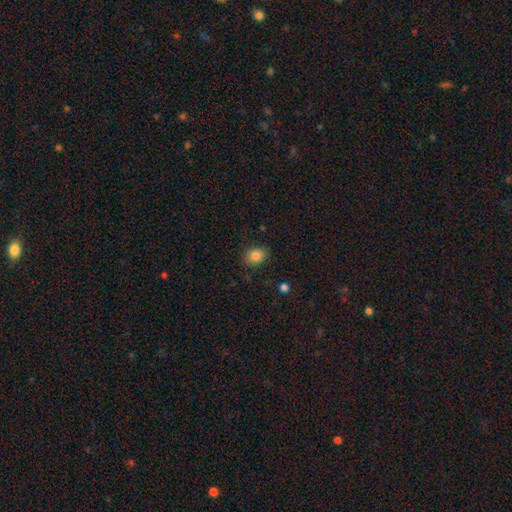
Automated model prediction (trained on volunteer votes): Smooth or featured? smooth (84%)
How rounded? round (52%)
Merging? none (84%)